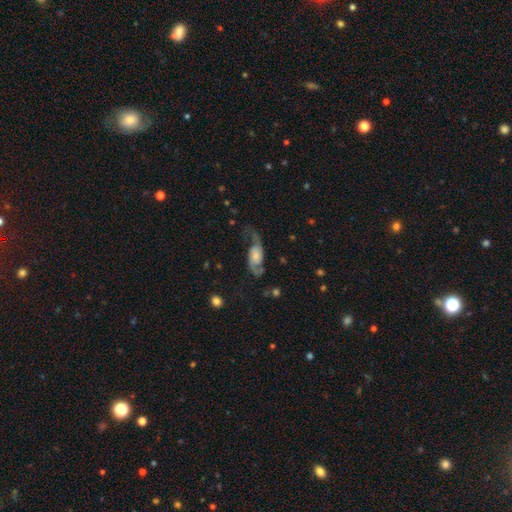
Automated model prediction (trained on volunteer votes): featured or disk 81%, smooth 13%, star or artifact 6%. Down the decision tree: edge-on disk — no (95%); bar — no (60%); spiral arms — yes (95%); spiral arm count — 2 (90%); spiral winding — loose (58%); bulge size — small (37%); merging — none (57%).